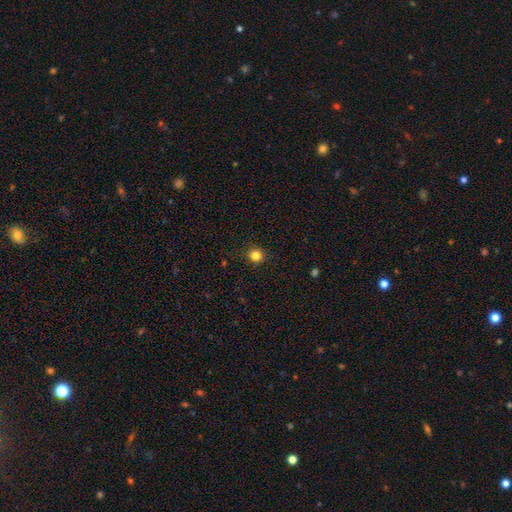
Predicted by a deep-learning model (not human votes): Smooth or featured? smooth (83%)
How rounded? round (90%)
Merging? none (90%)